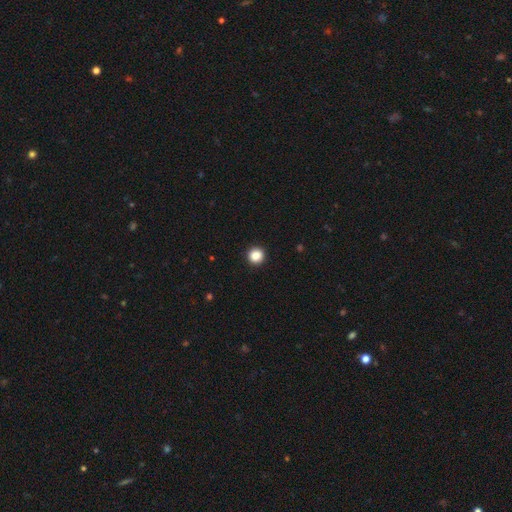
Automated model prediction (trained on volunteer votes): A smooth galaxy with no disk features (88%) that is round (94%).

Vote fractions:
- Smooth or featured? smooth: 88% / star or artifact: 10% / featured or disk: 3%
- How rounded? round: 94% / in between: 5% / cigar-shaped: 1%
- Merging? none: 93% / minor disturbance: 5% / major disturbance: 2% / merger: 1%